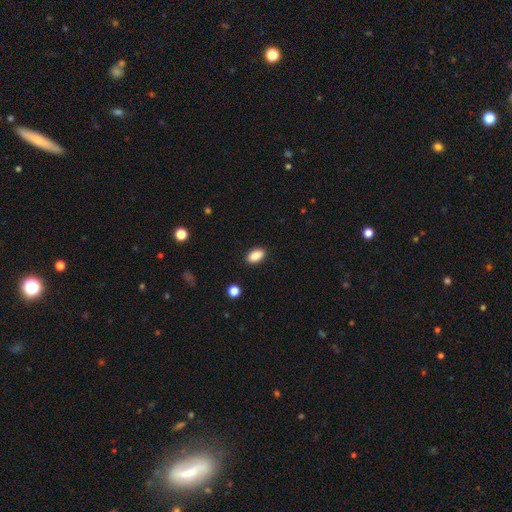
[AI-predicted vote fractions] The model was most divided on "smooth or featured": smooth: 89%, star or artifact: 8%, featured or disk: 4%. More confident: how rounded — in between (92%); merging — none (89%).